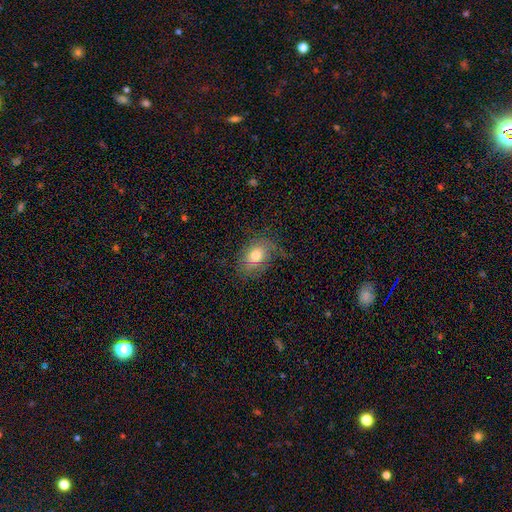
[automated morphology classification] Smooth or featured?
  - smooth: 69% *
  - featured or disk: 22%
  - star or artifact: 9%
How rounded?
  - in between: 75% *
  - round: 24%
  - cigar-shaped: 1%
Merging?
  - none: 63% *
  - minor disturbance: 24%
  - major disturbance: 12%
  - merger: 2%